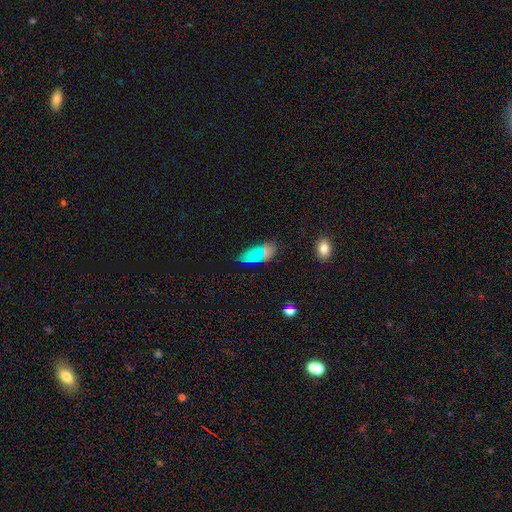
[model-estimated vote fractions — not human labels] This is likely a smooth galaxy (65%). How rounded: clearly in between (85%). Merging: likely none (74%).